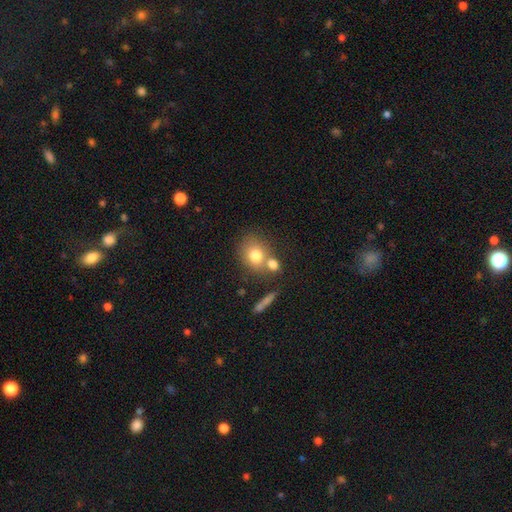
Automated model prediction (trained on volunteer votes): Smooth or featured?
  - smooth: 76% *
  - featured or disk: 14%
  - star or artifact: 10%
How rounded?
  - round: 63% *
  - in between: 35%
  - cigar-shaped: 2%
Merging?
  - none: 52% *
  - merger: 31%
  - minor disturbance: 12%
  - major disturbance: 5%